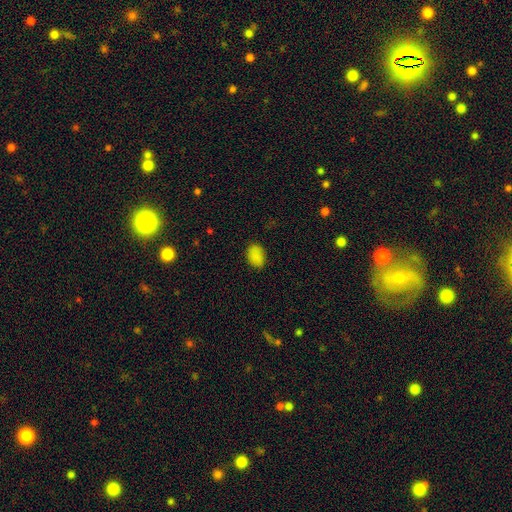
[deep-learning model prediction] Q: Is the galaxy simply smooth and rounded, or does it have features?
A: smooth — 85%.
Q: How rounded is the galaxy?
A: in between — 83%.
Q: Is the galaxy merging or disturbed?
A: none — 83%.